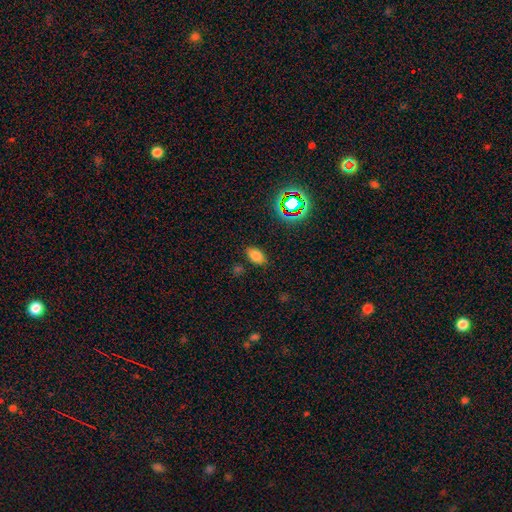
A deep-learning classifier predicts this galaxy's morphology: This is likely a smooth galaxy (77%). How rounded: clearly in between (89%). Merging: clearly none (85%).